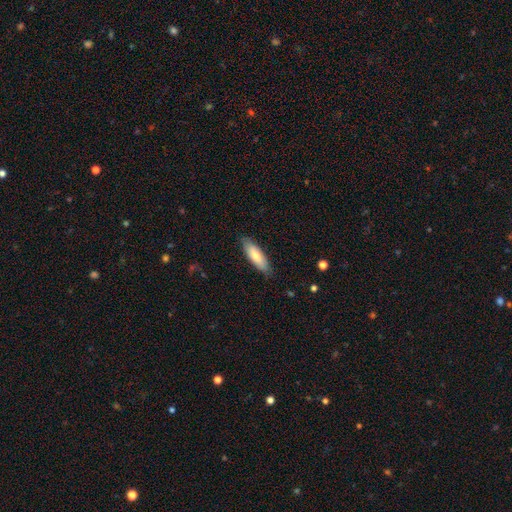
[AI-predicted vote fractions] Q: Smooth or featured?
A: smooth (76%); runner-up: featured or disk (19%)
Q: How rounded?
A: in between (54%); runner-up: cigar-shaped (44%)
Q: Merging?
A: none (83%); runner-up: minor disturbance (13%)